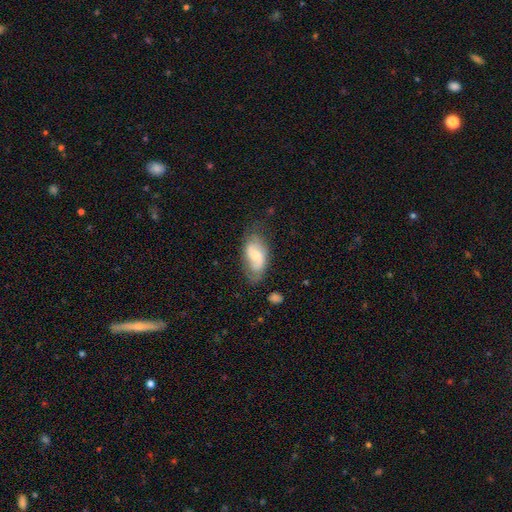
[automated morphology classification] featured or disk 55%, smooth 38%, star or artifact 7%. Down the decision tree: edge-on disk — no (94%); bar — no (54%); spiral arms — yes (81%); bulge size — small (51%); merging — none (58%).